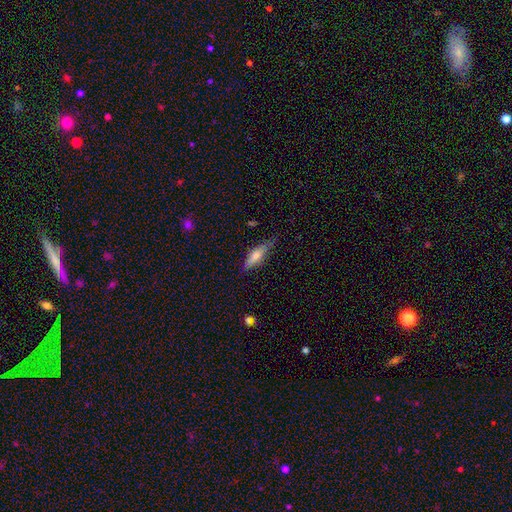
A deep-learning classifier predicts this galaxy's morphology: This is possibly a featured or disk galaxy (50%). It is clearly viewed edge-on (92%). Merging: likely none (78%).